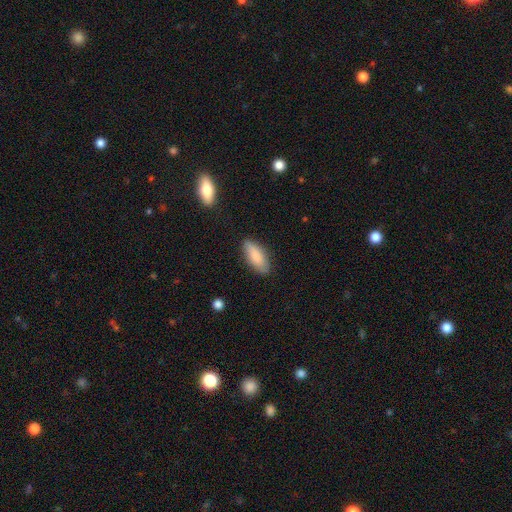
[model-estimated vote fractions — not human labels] The model was most divided on "how rounded": in between: 75%, cigar-shaped: 24%, round: 2%. More confident: smooth or featured — smooth (85%); merging — none (84%).